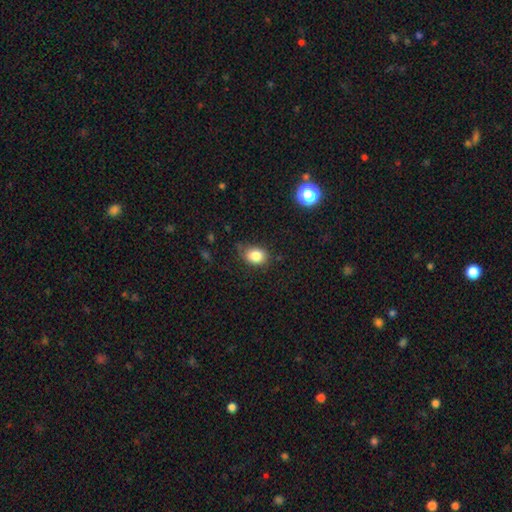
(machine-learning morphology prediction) smooth-or-featured: smooth: 83% | star or artifact: 10% | featured or disk: 7%
  how-rounded: in between: 59% | round: 40% | cigar-shaped: 1%
  merging: none: 69% | minor disturbance: 23% | major disturbance: 5% | merger: 2%